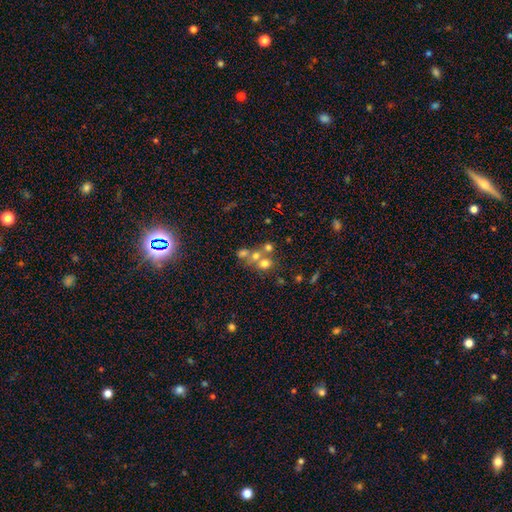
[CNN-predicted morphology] The model was most divided on "merging": merger: 52%, none: 35%, minor disturbance: 7%, major disturbance: 5%. More confident: how rounded — round (70%); smooth or featured — smooth (58%).